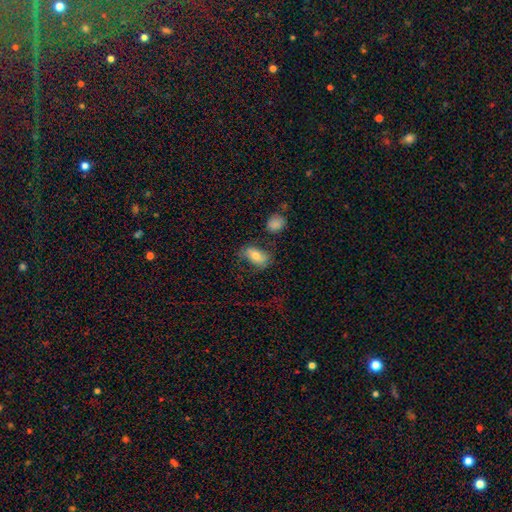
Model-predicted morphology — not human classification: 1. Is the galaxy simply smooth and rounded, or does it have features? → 67% smooth, 24% featured or disk, 9% star or artifact.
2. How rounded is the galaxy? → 88% in between, 7% round, 5% cigar-shaped.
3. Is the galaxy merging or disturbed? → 60% none, 22% minor disturbance, 13% major disturbance, 5% merger.